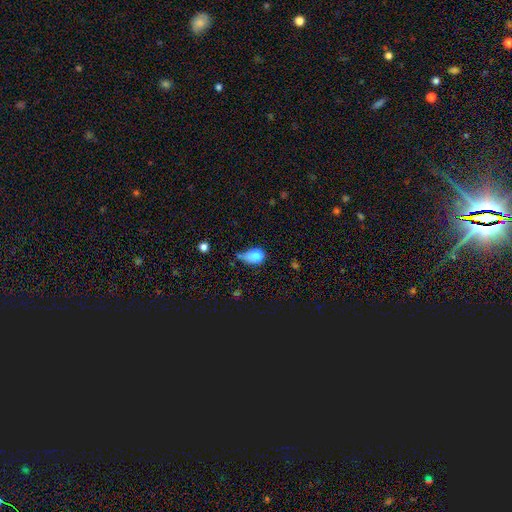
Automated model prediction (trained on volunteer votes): A smooth galaxy with no disk features (80%) that is in between round and cigar-shaped (70%). Merging: minor disturbance (41%).